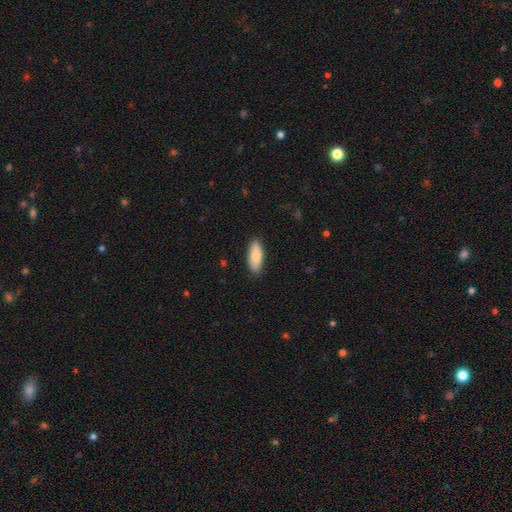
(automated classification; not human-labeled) Smooth or featured: smooth — 85% (featured or disk — 9%)
How rounded: in between — 75% (cigar-shaped — 23%)
Merging: none — 87% (minor disturbance — 10%)